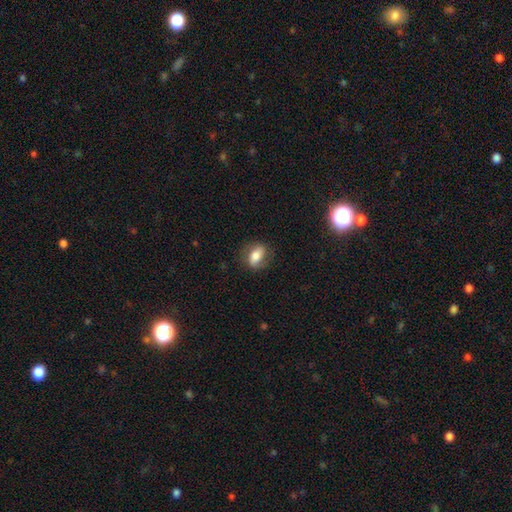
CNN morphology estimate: smooth 62%, featured or disk 30%, star or artifact 8%. Down the decision tree: how rounded — in between (80%); merging — none (75%).